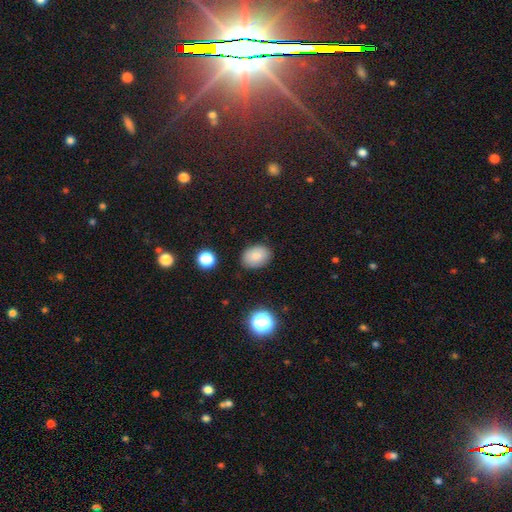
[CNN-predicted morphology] Q: Smooth or featured?
A: smooth (84%); runner-up: star or artifact (9%)
Q: How rounded?
A: in between (76%); runner-up: round (23%)
Q: Merging?
A: none (84%); runner-up: minor disturbance (11%)